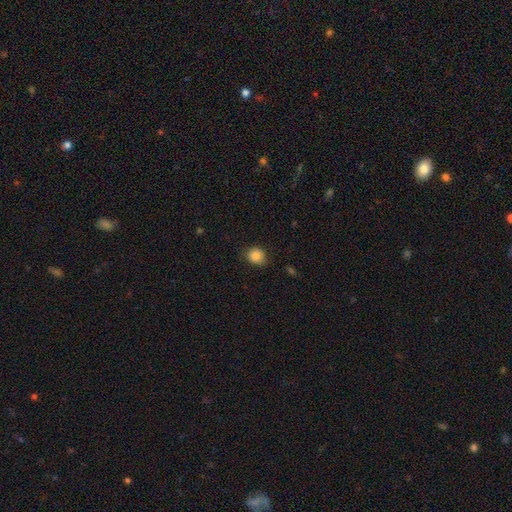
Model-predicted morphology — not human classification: This is clearly a smooth galaxy (86%). How rounded: likely round (77%). Merging: likely none (80%).